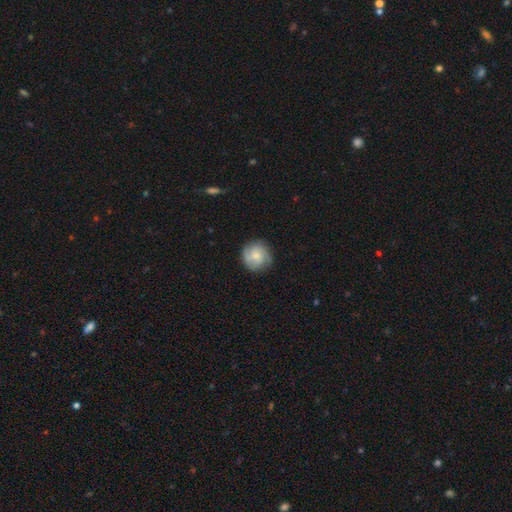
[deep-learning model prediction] A smooth galaxy with no disk features (53%) that is round (91%).

Vote fractions:
- Smooth or featured? smooth: 53% / featured or disk: 40% / star or artifact: 7%
- How rounded? round: 91% / in between: 8% / cigar-shaped: 1%
- Merging? none: 80% / minor disturbance: 15% / major disturbance: 4% / merger: 1%